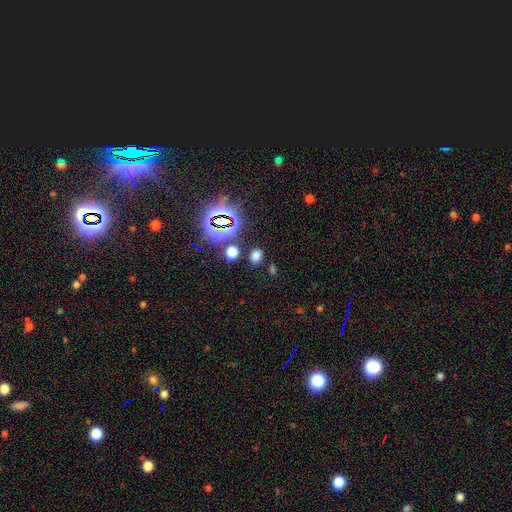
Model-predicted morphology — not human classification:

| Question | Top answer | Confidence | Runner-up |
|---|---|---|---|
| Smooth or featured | smooth | 65% | star or artifact (29%) |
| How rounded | in between | 69% | round (30%) |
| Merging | none | 82% | minor disturbance (9%) |